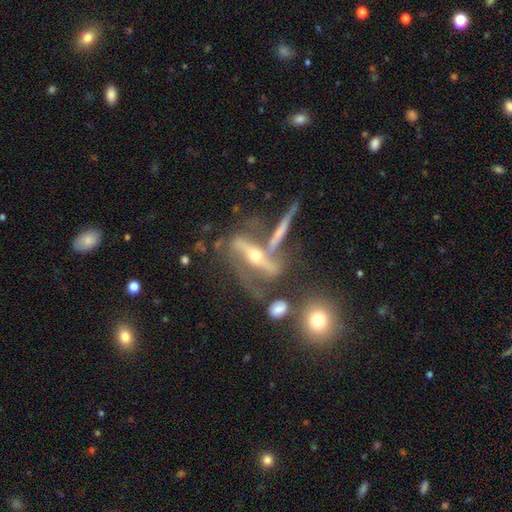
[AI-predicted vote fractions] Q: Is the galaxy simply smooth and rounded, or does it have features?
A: featured or disk — 82%.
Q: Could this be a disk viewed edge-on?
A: yes — 52%.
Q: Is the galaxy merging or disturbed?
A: none — 44%.